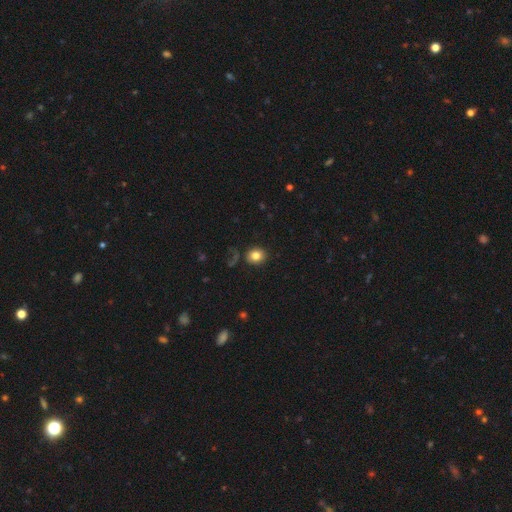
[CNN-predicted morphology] smooth-or-featured: smooth: 82% | star or artifact: 11% | featured or disk: 7%
  how-rounded: round: 75% | in between: 24% | cigar-shaped: 1%
  merging: none: 86% | minor disturbance: 10% | major disturbance: 3% | merger: 2%